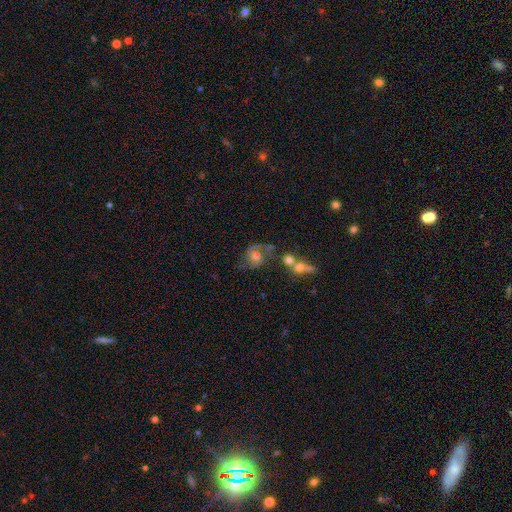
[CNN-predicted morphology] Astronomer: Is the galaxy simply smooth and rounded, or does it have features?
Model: featured or disk — 66%.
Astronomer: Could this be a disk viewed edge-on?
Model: no — 97%.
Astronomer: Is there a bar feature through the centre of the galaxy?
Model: no — 69%.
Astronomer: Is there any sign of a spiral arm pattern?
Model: yes — 88%.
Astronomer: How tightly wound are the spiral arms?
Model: medium — 46% (runner-up: loose, 33%).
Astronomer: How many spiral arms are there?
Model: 2 — 74%.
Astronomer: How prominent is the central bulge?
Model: moderate — 57%.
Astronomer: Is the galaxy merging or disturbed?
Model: none — 44% (runner-up: merger, 20%).